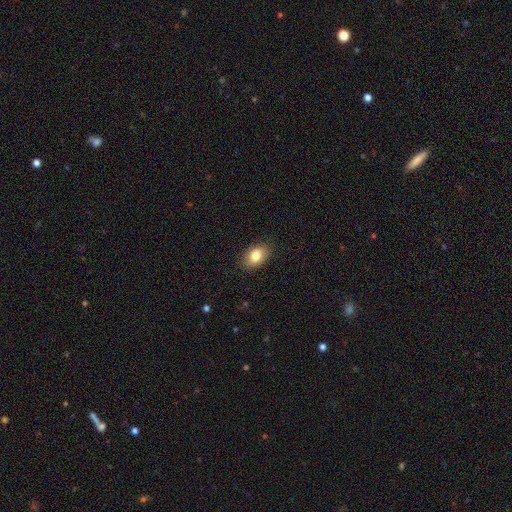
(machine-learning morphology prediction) type=smooth (82%); roundness=in between (86%); merging=none (88%).